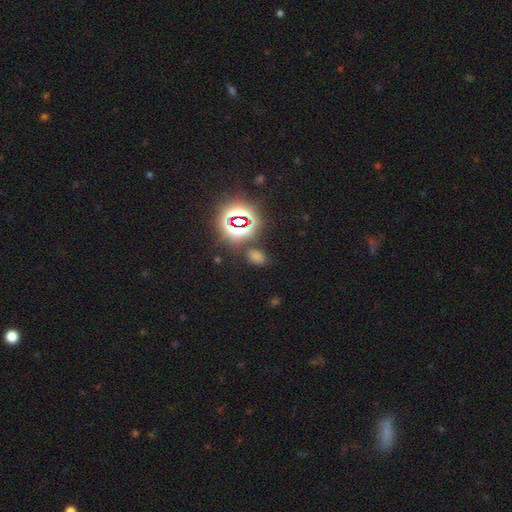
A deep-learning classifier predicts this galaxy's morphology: A star or artifact, not a galaxy (49%).

Vote fractions:
- Smooth or featured? star or artifact: 49% / smooth: 44% / featured or disk: 7%